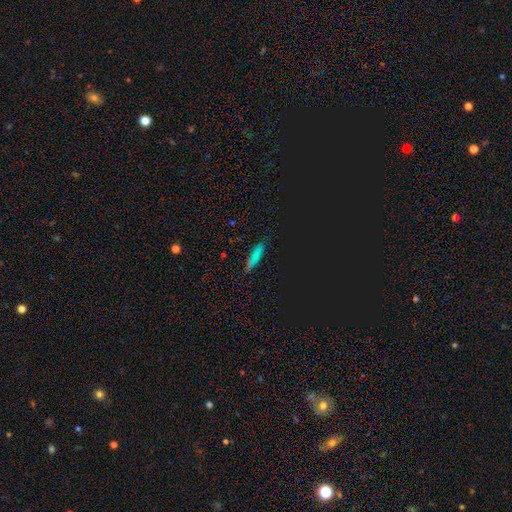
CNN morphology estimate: A smooth galaxy with no disk features (63%) that is cigar-shaped (65%). Merging: none (81%).